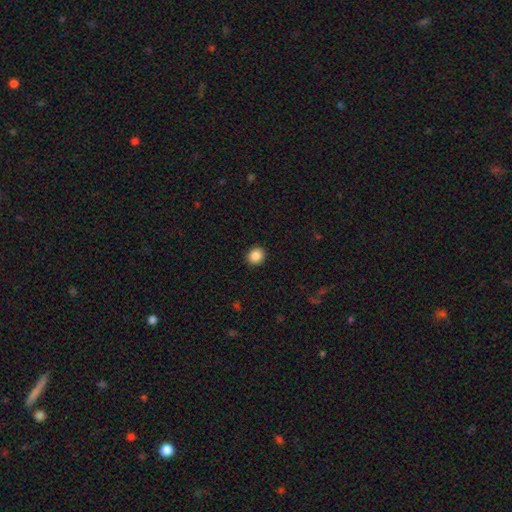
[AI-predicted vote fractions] Smooth or featured?
  - smooth: 87% *
  - star or artifact: 9%
  - featured or disk: 3%
How rounded?
  - round: 80% *
  - in between: 19%
  - cigar-shaped: 1%
Merging?
  - none: 92% *
  - minor disturbance: 5%
  - major disturbance: 2%
  - merger: 1%